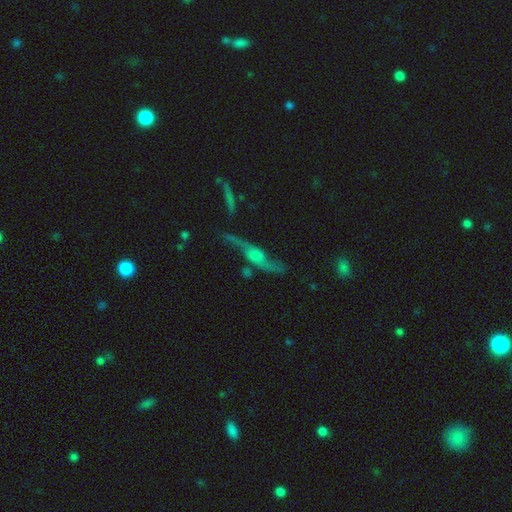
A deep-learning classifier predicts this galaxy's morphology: This appears to be a featured or disk galaxy (75%). Merging: none (60%).